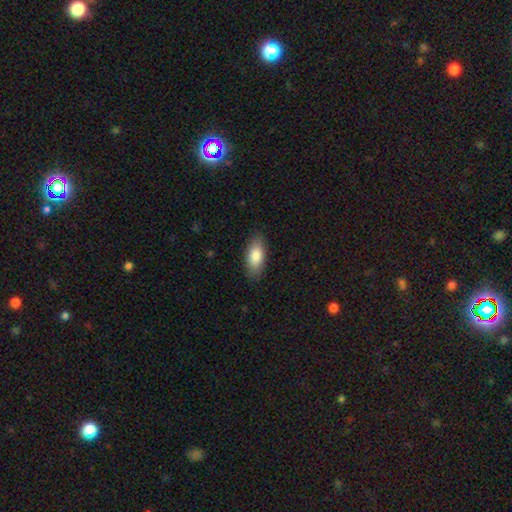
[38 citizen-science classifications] smooth_or_featured: smooth (p=0.89) [alt: star or artifact p=0.08]
how_rounded: in between (p=0.82) [alt: cigar-shaped p=0.15]
merging: none (p=0.71) [alt: minor disturbance p=0.23]